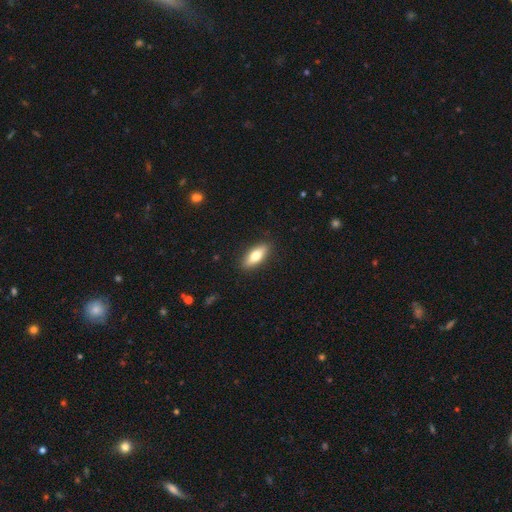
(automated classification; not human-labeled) Smooth or featured? Predicted: smooth (p=0.73). How rounded? Predicted: in between (p=0.73). Merging? Predicted: none (p=0.89).